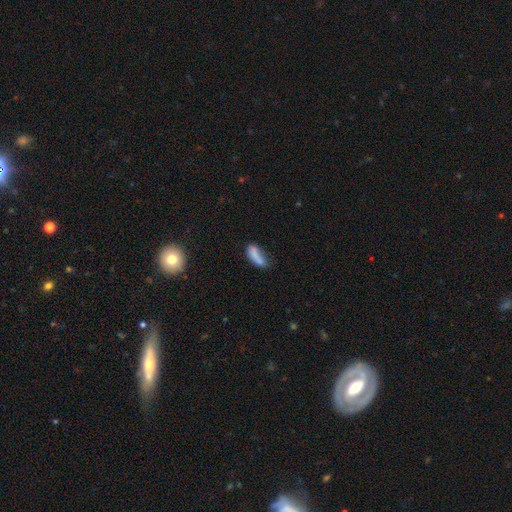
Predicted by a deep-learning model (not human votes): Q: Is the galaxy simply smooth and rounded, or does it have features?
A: smooth — 75%.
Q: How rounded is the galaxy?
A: in between — 60%.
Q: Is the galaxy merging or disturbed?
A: none — 44%.